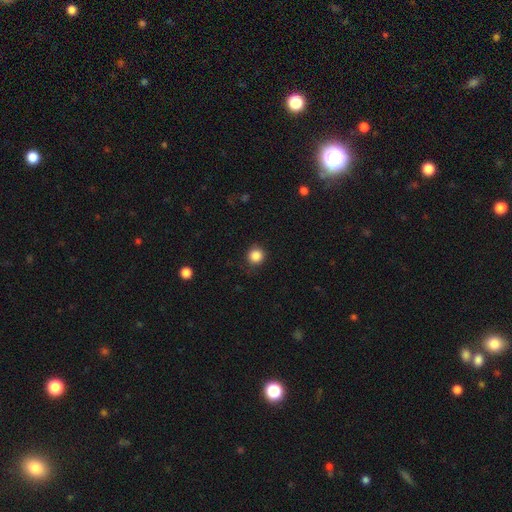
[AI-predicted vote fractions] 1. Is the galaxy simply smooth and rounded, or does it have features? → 86% smooth, 11% star or artifact, 3% featured or disk.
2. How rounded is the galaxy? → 94% round, 5% in between, 1% cigar-shaped.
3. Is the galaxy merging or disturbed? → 88% none, 8% minor disturbance, 3% major disturbance, 1% merger.